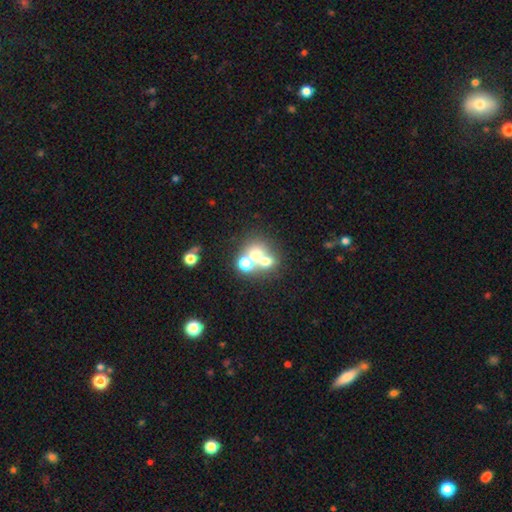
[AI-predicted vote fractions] A smooth galaxy with no disk features (57%) that is round (77%).

Vote fractions:
- Smooth or featured? smooth: 57% / featured or disk: 24% / star or artifact: 19%
- How rounded? round: 77% / in between: 22% / cigar-shaped: 1%
- Merging? merger: 57% / none: 33% / minor disturbance: 6% / major disturbance: 4%